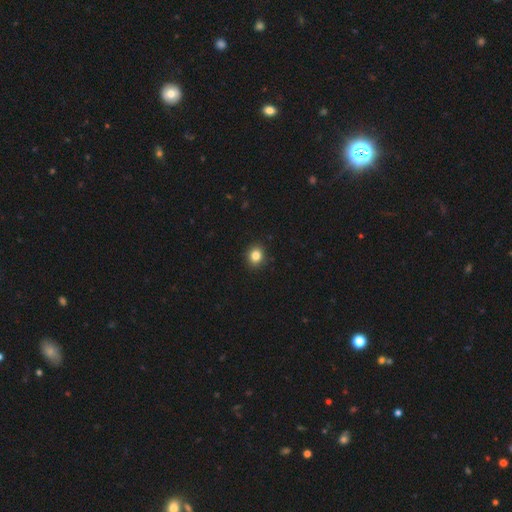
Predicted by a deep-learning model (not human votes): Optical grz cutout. It shows a smooth galaxy with no disk features (84%) that is round (74%). Merging: none (91%).